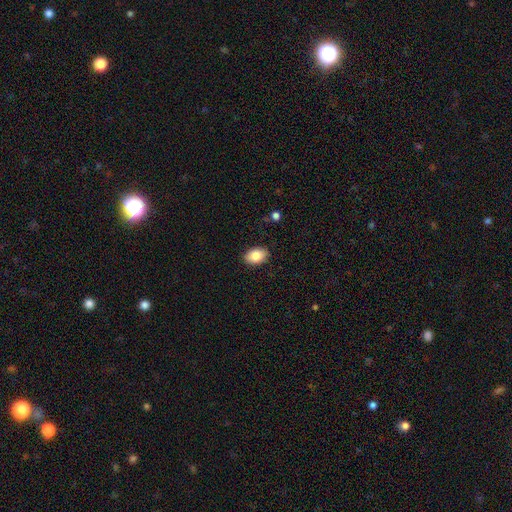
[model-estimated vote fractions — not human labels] A smooth galaxy with no disk features (83%) that is in between round and cigar-shaped (86%). Merging: none (88%).